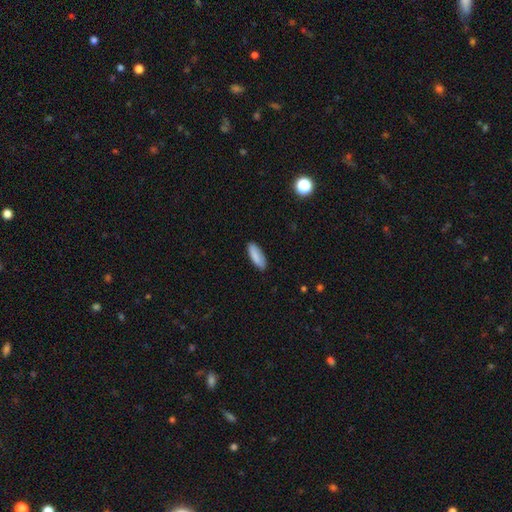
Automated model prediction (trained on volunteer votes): smooth-or-featured: smooth: 87% | featured or disk: 7% | star or artifact: 6%
  how-rounded: in between: 61% | cigar-shaped: 38% | round: 2%
  merging: none: 87% | minor disturbance: 10% | major disturbance: 2% | merger: 1%